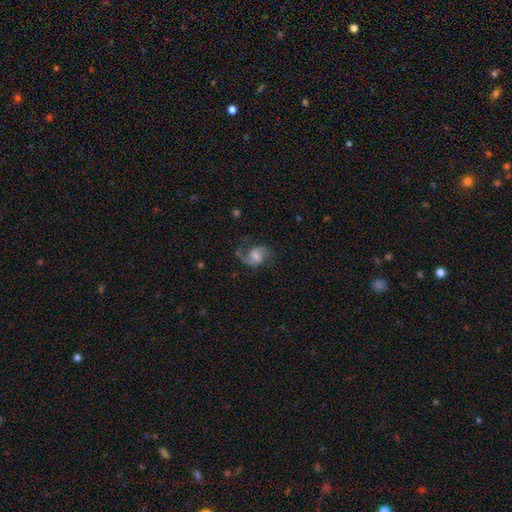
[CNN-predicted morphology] Smooth or featured?
  - featured or disk: 79% *
  - smooth: 14%
  - star or artifact: 7%
Edge-on disk?
  - no: 98% *
  - yes: 2%
Bar?
  - weak: 54% *
  - no: 30%
  - strong: 16%
Spiral arms?
  - yes: 95% *
  - no: 5%
Spiral winding?
  - loose: 48% *
  - medium: 43%
  - tight: 9%
Spiral arm count?
  - 2: 78% *
  - 1: 16%
  - can't tell: 3%
  - 3: 1%
  - 4: 1%
  - more than 4: 1%
Bulge size?
  - moderate: 34% *
  - small: 28%
  - none: 23%
  - large: 13%
  - dominant: 2%
Merging?
  - none: 59% *
  - minor disturbance: 19%
  - major disturbance: 19%
  - merger: 2%